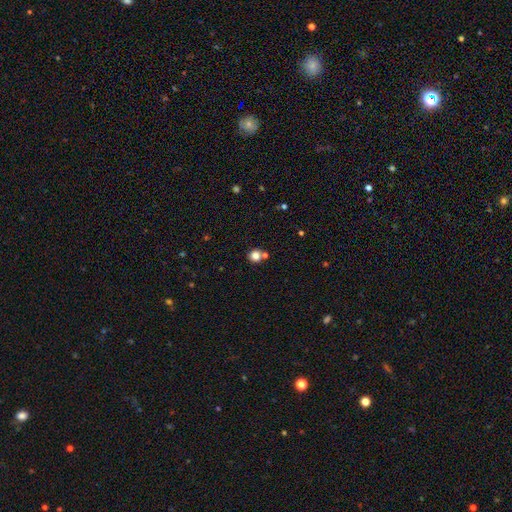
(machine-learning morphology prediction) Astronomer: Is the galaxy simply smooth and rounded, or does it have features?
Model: smooth — 81%.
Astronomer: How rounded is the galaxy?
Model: round — 91%.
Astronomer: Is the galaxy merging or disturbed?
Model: none — 73%.